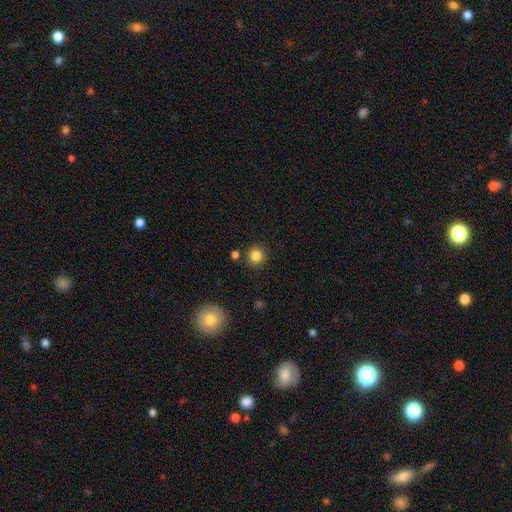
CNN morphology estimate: This is clearly a smooth galaxy (85%). How rounded: clearly round (92%). Merging: clearly none (86%).